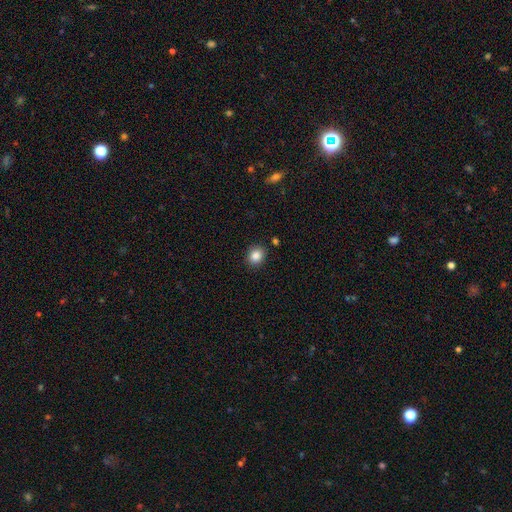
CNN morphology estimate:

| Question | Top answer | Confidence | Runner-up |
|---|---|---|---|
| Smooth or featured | smooth | 86% | star or artifact (10%) |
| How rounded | round | 68% | in between (31%) |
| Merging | none | 88% | minor disturbance (8%) |